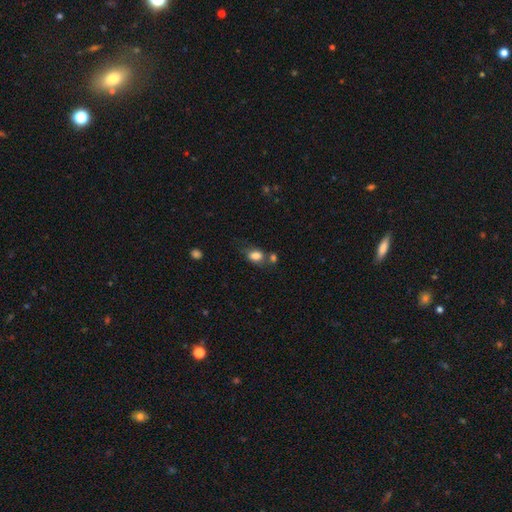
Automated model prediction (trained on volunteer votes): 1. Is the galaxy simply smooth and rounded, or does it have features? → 81% smooth, 10% featured or disk, 10% star or artifact.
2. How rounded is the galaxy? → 72% in between, 26% round, 2% cigar-shaped.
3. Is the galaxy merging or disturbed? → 49% none, 23% merger, 20% minor disturbance, 8% major disturbance.